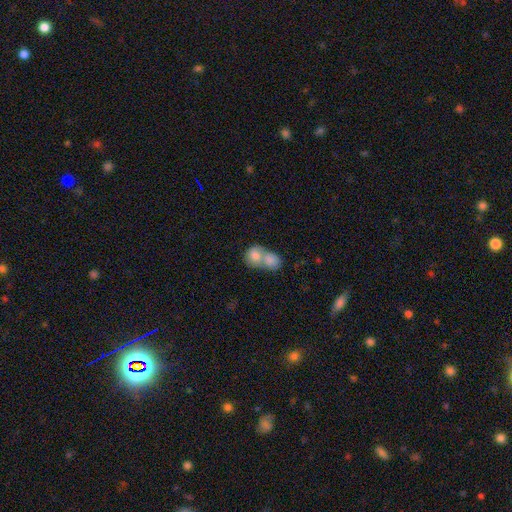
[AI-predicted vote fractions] Smooth or featured: smooth — 80% (featured or disk — 14%)
How rounded: round — 58% (in between — 41%)
Merging: merger — 75% (none — 16%)